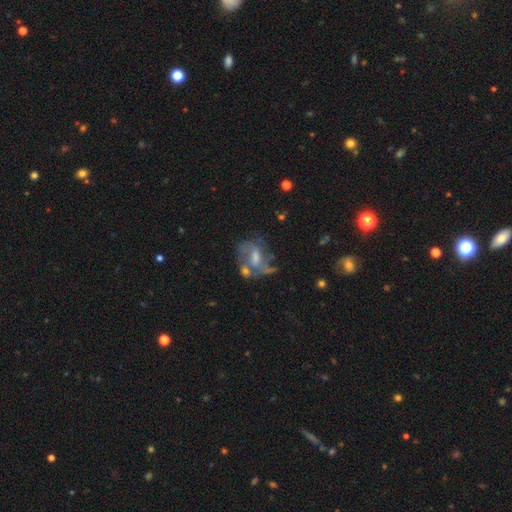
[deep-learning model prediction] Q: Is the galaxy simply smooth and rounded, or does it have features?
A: featured or disk — 69%.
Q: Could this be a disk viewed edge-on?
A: no — 96%.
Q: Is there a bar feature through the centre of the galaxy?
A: weak — 47%.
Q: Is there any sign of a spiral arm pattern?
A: yes — 74%.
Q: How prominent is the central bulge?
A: moderate — 46%.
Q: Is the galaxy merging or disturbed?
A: none — 44%.